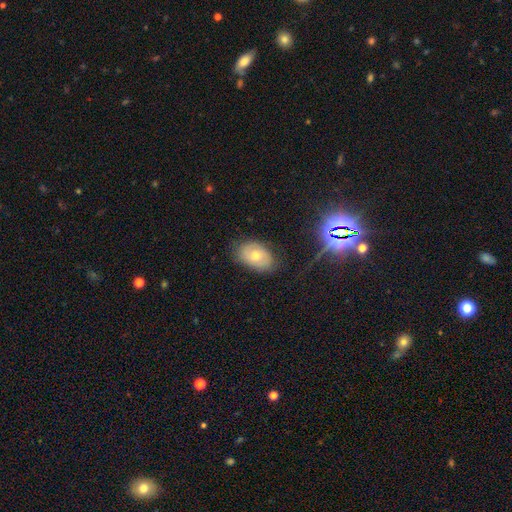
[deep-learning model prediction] Smooth or featured? smooth (48%)
Merging? none (78%)